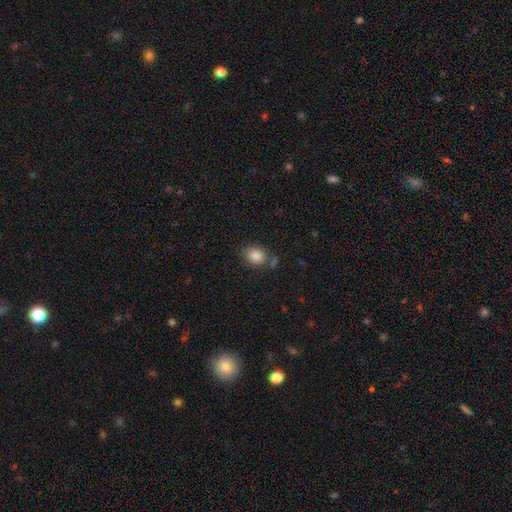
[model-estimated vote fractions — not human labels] Q: Smooth or featured?
A: smooth (86%); runner-up: star or artifact (9%)
Q: How rounded?
A: round (55%); runner-up: in between (44%)
Q: Merging?
A: none (71%); runner-up: minor disturbance (16%)